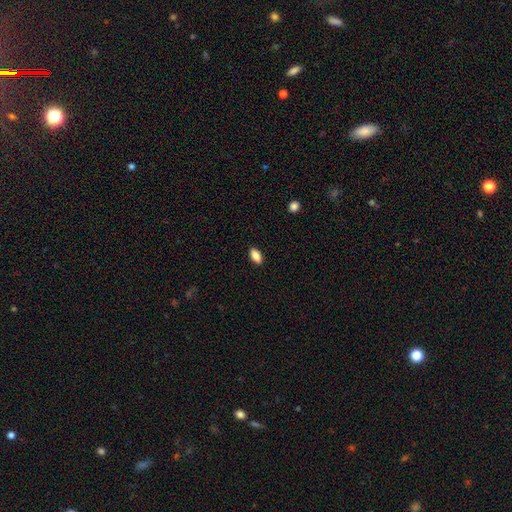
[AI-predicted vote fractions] smooth 86%, star or artifact 8%, featured or disk 6%. Down the decision tree: how rounded — in between (89%); merging — none (89%).